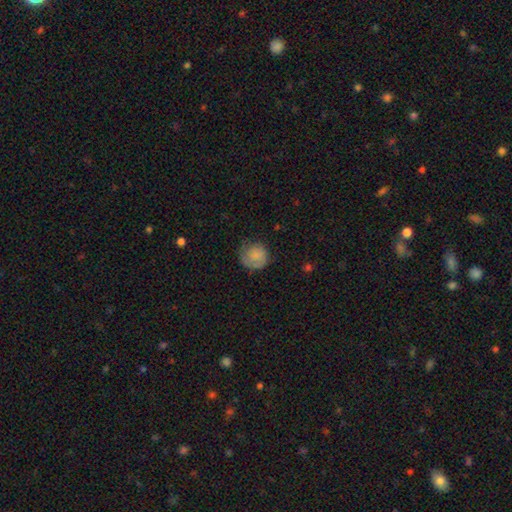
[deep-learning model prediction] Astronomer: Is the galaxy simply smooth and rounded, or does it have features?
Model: smooth — 70%.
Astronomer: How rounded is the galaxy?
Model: round — 89%.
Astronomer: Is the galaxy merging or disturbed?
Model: none — 61%.